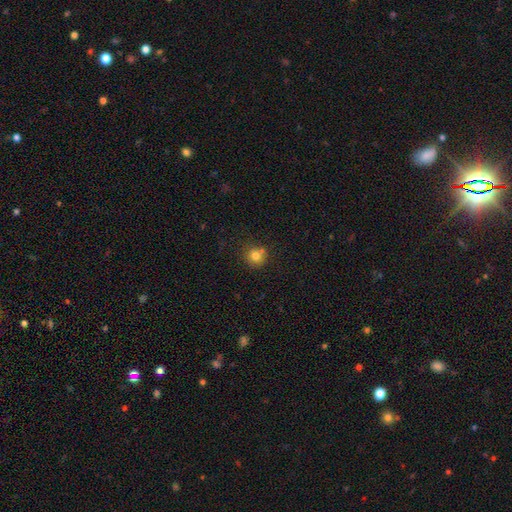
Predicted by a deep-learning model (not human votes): Q: Smooth or featured?
A: smooth (79%); runner-up: star or artifact (12%)
Q: How rounded?
A: round (89%); runner-up: in between (10%)
Q: Merging?
A: none (67%); runner-up: merger (18%)